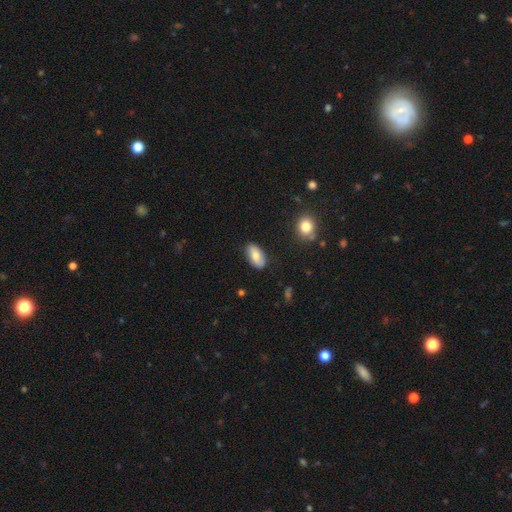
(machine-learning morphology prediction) smooth_or_featured: smooth (p=0.74) [alt: featured or disk p=0.19]
how_rounded: in between (p=0.92) [alt: cigar-shaped p=0.04]
merging: none (p=0.84) [alt: minor disturbance p=0.12]